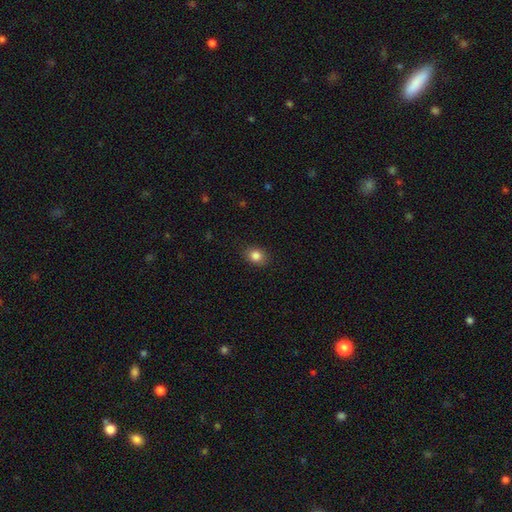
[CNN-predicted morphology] Smooth or featured? smooth (84%)
How rounded? in between (50%)
Merging? none (88%)